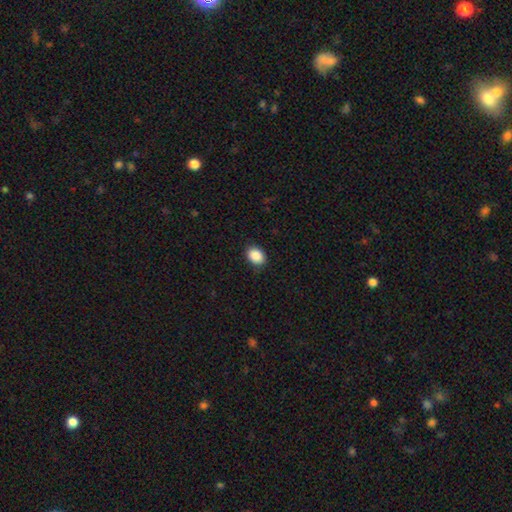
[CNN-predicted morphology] Smooth or featured? Predicted: smooth (p=0.90). How rounded? Predicted: in between (p=0.70). Merging? Predicted: none (p=0.87).